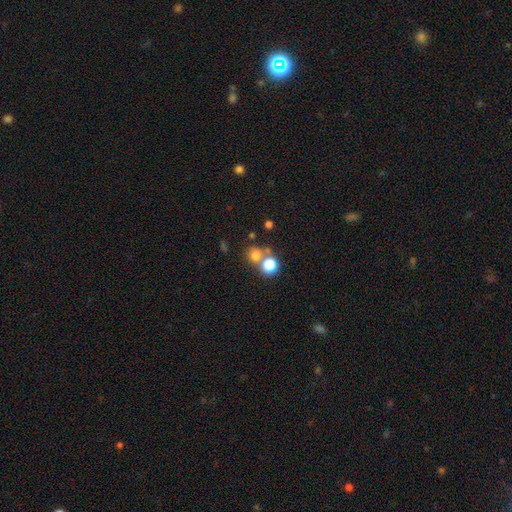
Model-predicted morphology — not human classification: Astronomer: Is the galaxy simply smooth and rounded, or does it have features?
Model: smooth — 71%.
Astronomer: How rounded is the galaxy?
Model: round — 82%.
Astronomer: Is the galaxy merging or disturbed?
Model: none — 52% (runner-up: merger, 35%).